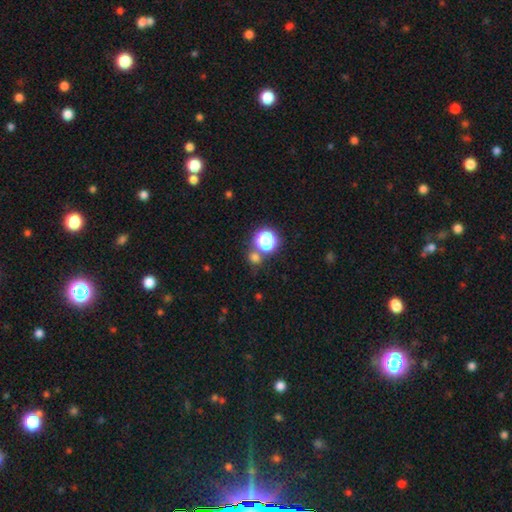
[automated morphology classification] Smooth or featured? star or artifact (53%)